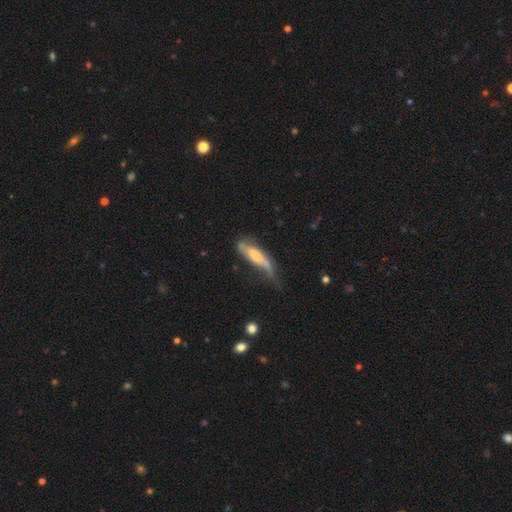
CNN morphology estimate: type=featured or disk (50%); edge-on=yes (53%); merging=minor disturbance (36%).